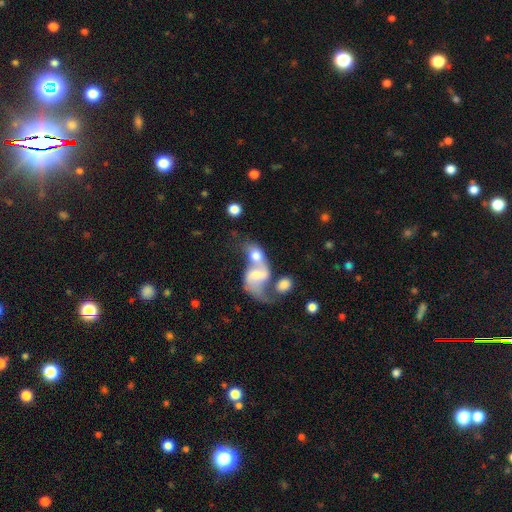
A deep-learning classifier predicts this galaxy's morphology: Smooth or featured: featured or disk — 56% (smooth — 36%)
Edge-on disk: no — 96% (yes — 4%)
Bar: no — 51% (weak — 36%)
Spiral arms: yes — 75% (no — 25%)
Bulge size: moderate — 46% (small — 34%)
Merging: merger — 72% (none — 13%)